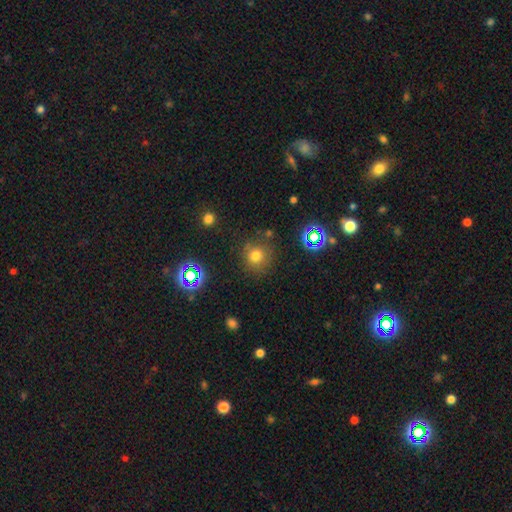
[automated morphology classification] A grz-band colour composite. It shows a smooth galaxy with no disk features (71%) that is round (91%). Merging: none (81%).